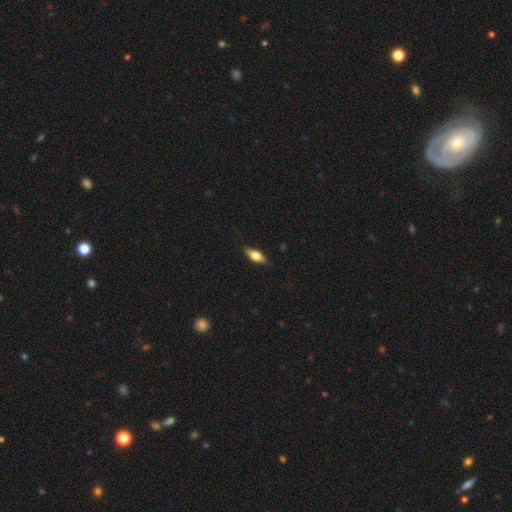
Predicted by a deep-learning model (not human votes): smooth_or_featured: smooth (p=0.56) [alt: featured or disk p=0.37]
how_rounded: in between (p=0.69) [alt: cigar-shaped p=0.27]
merging: none (p=0.87) [alt: minor disturbance p=0.10]